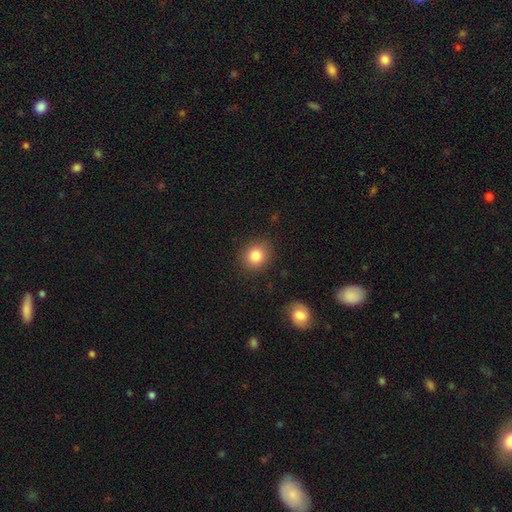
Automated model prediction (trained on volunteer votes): smooth 83%, star or artifact 10%, featured or disk 7%. Down the decision tree: how rounded — round (77%); merging — none (88%).